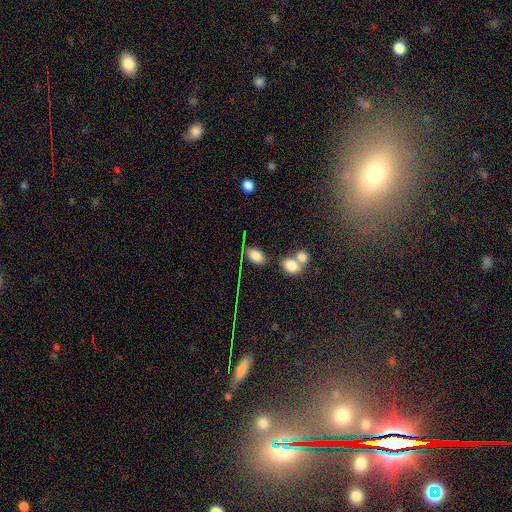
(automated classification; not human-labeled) Overall: smooth (79%). How rounded: in between (86%). Merging: none (53%; merger 24%).